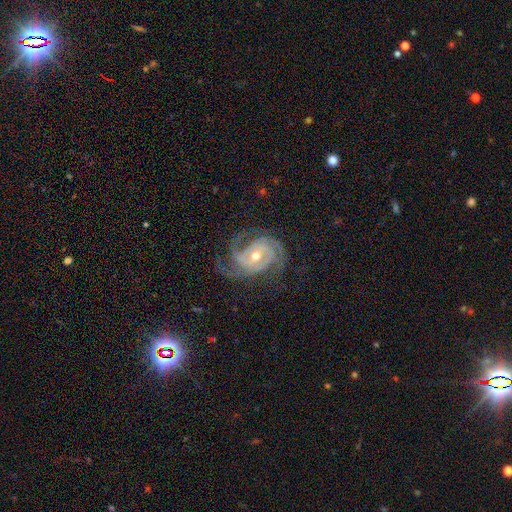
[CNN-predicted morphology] The model was most divided on "bar": no: 47%, weak: 37%, strong: 16%. Remaining: spiral arms — yes (97%); edge-on disk — no (97%); smooth or featured — featured or disk (90%); merging — none (67%); bulge size — moderate (63%); spiral winding — tight (54%); spiral arm count — 3 (42%).